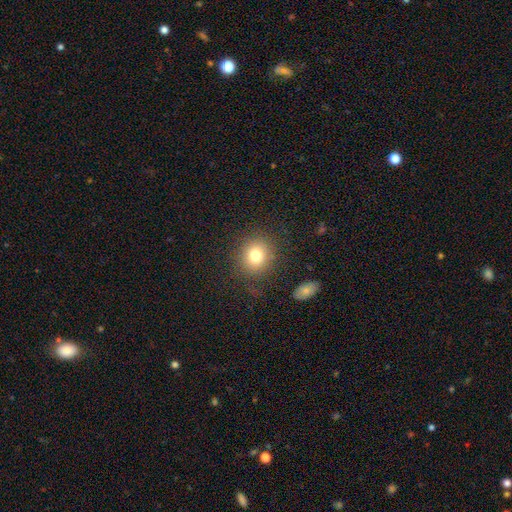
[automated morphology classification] Smooth or featured: smooth — 80% (star or artifact — 11%)
How rounded: round — 74% (in between — 25%)
Merging: none — 83% (minor disturbance — 10%)